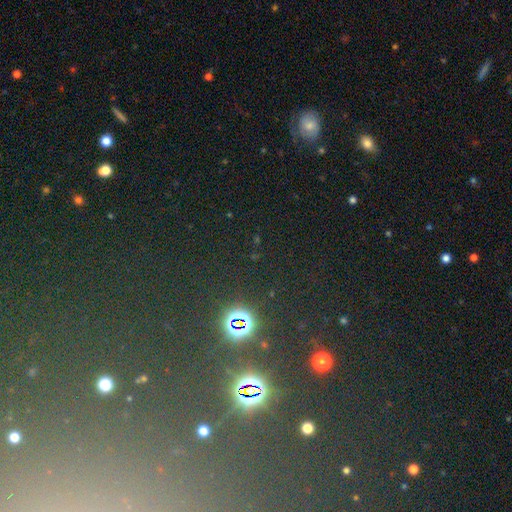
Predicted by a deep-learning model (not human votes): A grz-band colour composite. It shows a star or artifact, not a galaxy (75%).